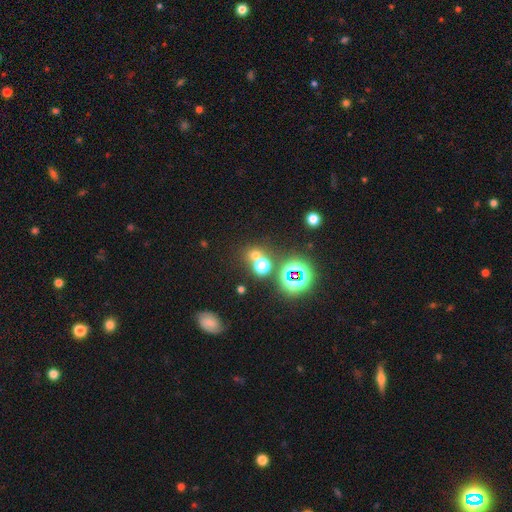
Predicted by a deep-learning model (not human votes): The model was most divided on "smooth or featured": smooth: 53%, star or artifact: 38%, featured or disk: 9%. More confident: how rounded — round (81%); merging — none (62%).